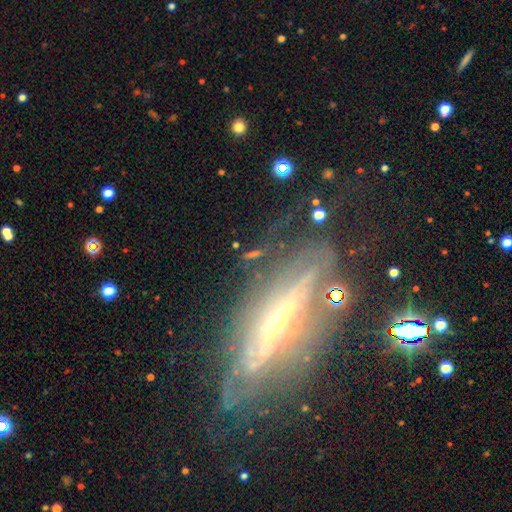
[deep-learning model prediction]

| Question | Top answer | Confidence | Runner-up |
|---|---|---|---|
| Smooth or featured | featured or disk | 75% | smooth (13%) |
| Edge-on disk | yes | 60% | no (40%) |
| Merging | none | 57% | minor disturbance (20%) |